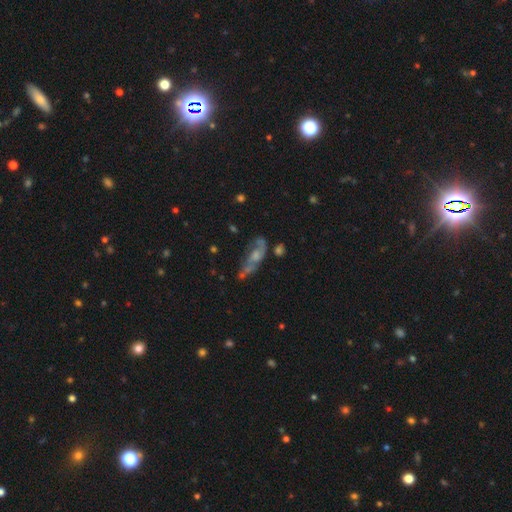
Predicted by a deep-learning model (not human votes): Smooth or featured? Predicted: featured or disk (p=0.62). Edge-on disk? Predicted: no (p=0.81). Bar? Predicted: no (p=0.72). Spiral arms? Predicted: yes (p=0.63). Bulge size? Predicted: moderate (p=0.42). Merging? Predicted: none (p=0.42).